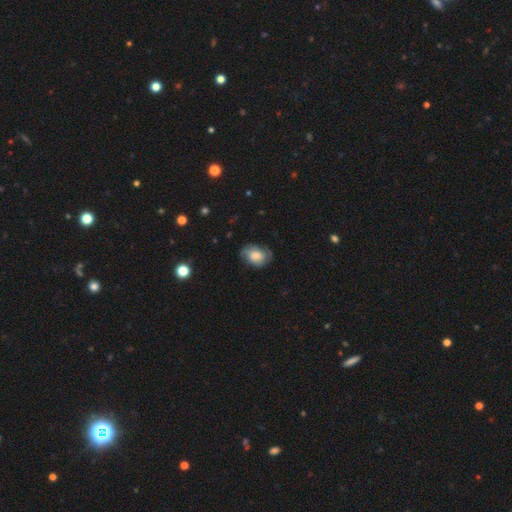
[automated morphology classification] A smooth galaxy with no disk features (53%) that is in between round and cigar-shaped (72%). Merging: none (68%).